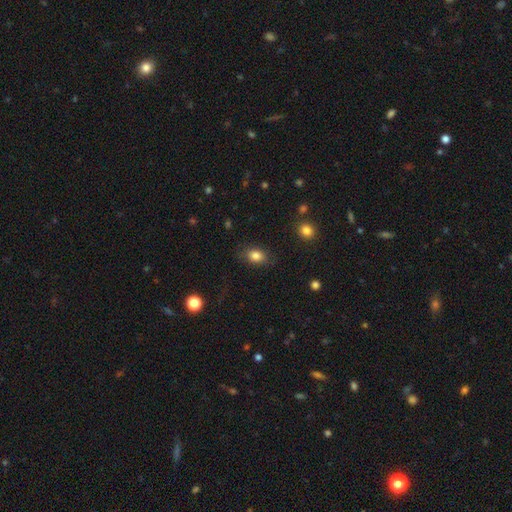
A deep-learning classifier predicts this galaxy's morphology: Overall: smooth (84%). How rounded: in between (77%). Merging: none (81%).